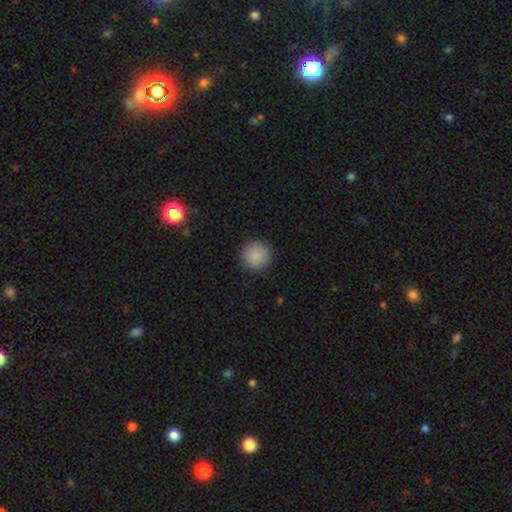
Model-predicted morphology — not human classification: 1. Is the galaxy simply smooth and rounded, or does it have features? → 88% smooth, 8% star or artifact, 4% featured or disk.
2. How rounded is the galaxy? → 95% round, 4% in between, 1% cigar-shaped.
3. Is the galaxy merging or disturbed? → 91% none, 6% minor disturbance, 2% major disturbance, 1% merger.